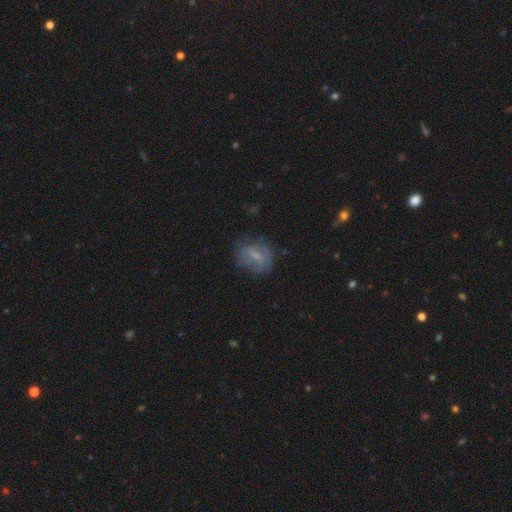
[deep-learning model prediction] smooth_or_featured: smooth (p=0.47) [alt: featured or disk p=0.43]
merging: none (p=0.63) [alt: minor disturbance p=0.23]